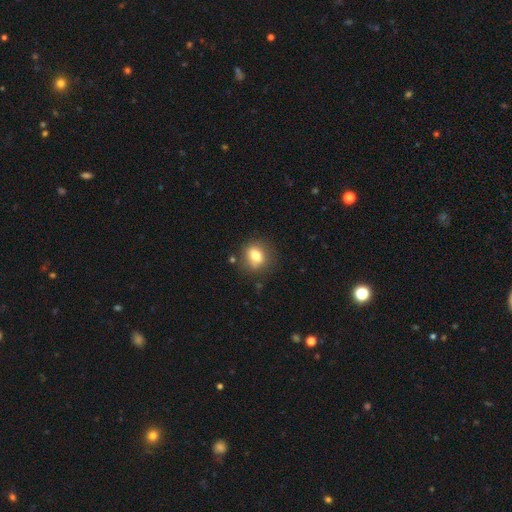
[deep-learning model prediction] Smooth or featured?
  - smooth: 75% *
  - featured or disk: 15%
  - star or artifact: 10%
How rounded?
  - round: 57% *
  - in between: 41%
  - cigar-shaped: 2%
Merging?
  - none: 79% *
  - minor disturbance: 14%
  - major disturbance: 4%
  - merger: 3%